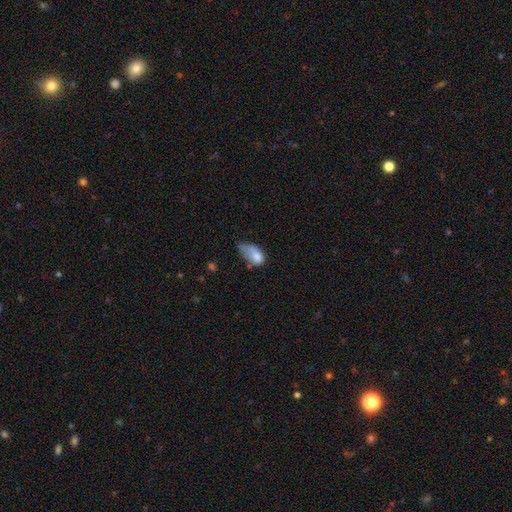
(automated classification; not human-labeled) This appears to be a smooth galaxy with no disk features (73%) that is in between round and cigar-shaped (89%). Merging: major disturbance (37%).